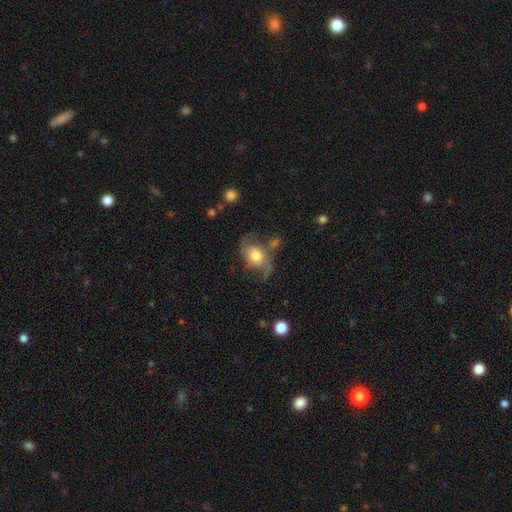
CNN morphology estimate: This appears to be a featured or disk galaxy (67%) with no bar (72%), 2 (89%) loose (65%) spiral arms (89%) and a moderate central bulge (53%). Merging: none (53%).